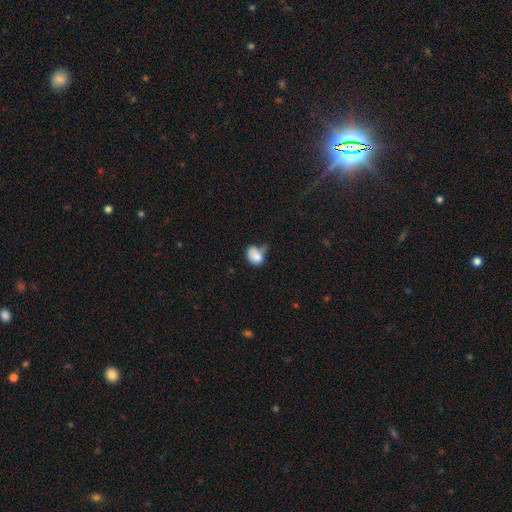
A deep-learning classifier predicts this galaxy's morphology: A smooth galaxy with no disk features (77%) that is in between round and cigar-shaped (64%). Merging: minor disturbance (29%).